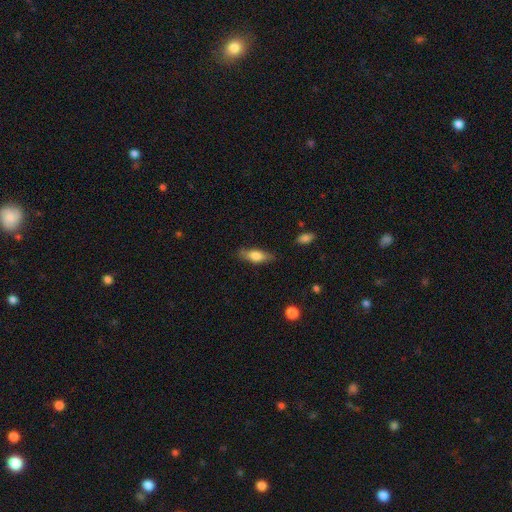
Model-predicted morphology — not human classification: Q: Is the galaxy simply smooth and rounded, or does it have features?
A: smooth — 68%.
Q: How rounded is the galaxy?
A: in between — 61%.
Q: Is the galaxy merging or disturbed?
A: none — 79%.